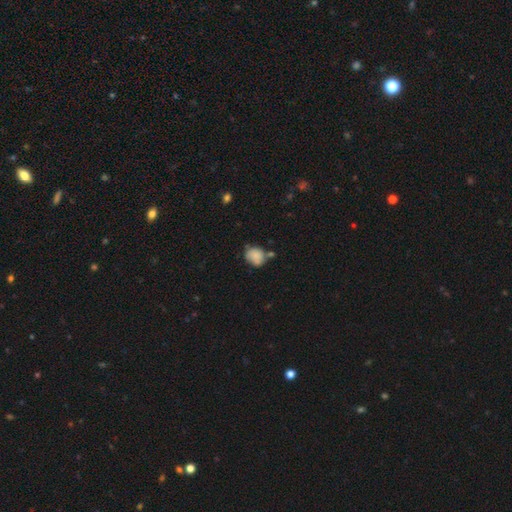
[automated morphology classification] smooth_or_featured: smooth (p=0.81) [alt: featured or disk p=0.11]
how_rounded: round (p=0.62) [alt: in between p=0.37]
merging: none (p=0.53) [alt: minor disturbance p=0.26]